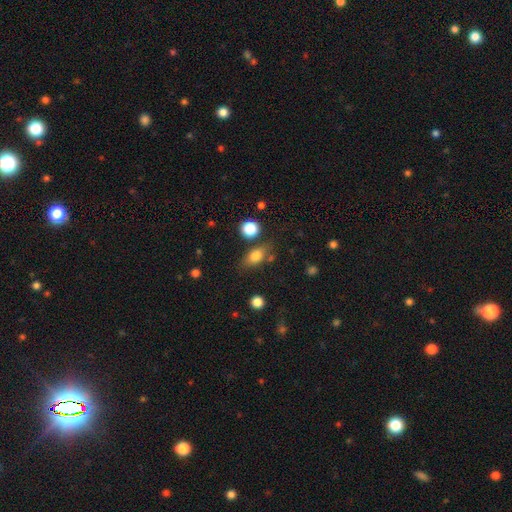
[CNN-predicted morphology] Smooth or featured? smooth (79%)
How rounded? in between (76%)
Merging? none (69%)